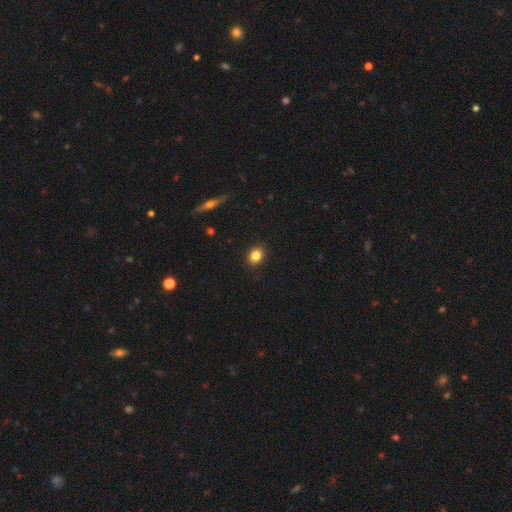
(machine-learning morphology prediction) Q: Smooth or featured?
A: smooth (83%); runner-up: star or artifact (10%)
Q: How rounded?
A: round (58%); runner-up: in between (41%)
Q: Merging?
A: none (90%); runner-up: minor disturbance (8%)